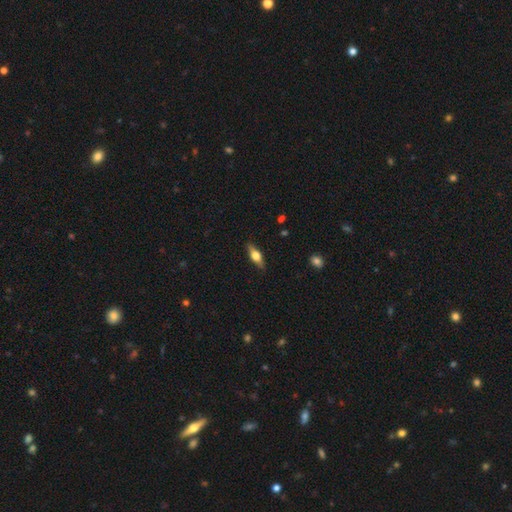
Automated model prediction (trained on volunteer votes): smooth_or_featured: featured or disk (p=0.50) [alt: smooth p=0.44]
merging: none (p=0.87) [alt: minor disturbance p=0.10]